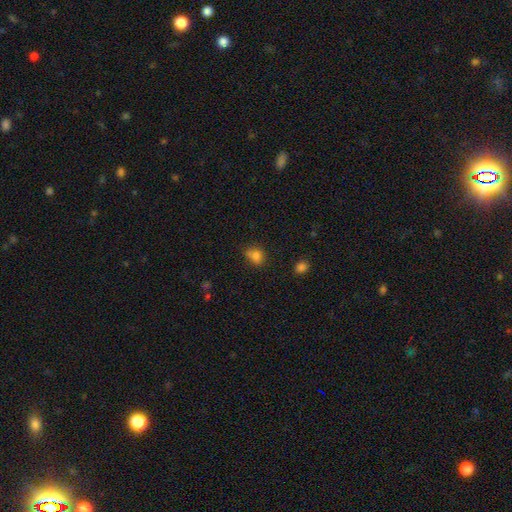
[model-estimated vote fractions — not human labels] smooth-or-featured: smooth: 78% | star or artifact: 14% | featured or disk: 8%
  how-rounded: in between: 52% | round: 47% | cigar-shaped: 2%
  merging: none: 56% | minor disturbance: 26% | merger: 10% | major disturbance: 8%